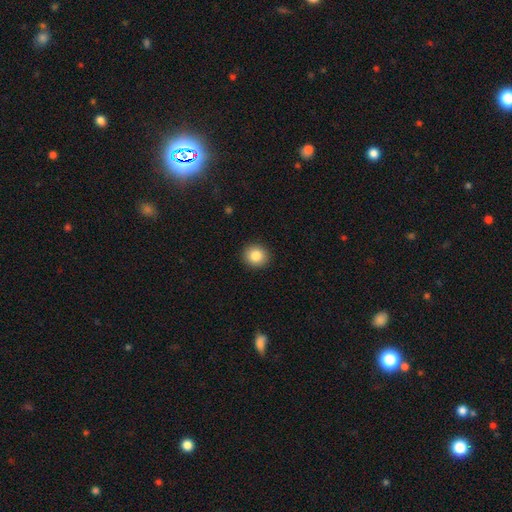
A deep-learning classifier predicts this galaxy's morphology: This is clearly a smooth galaxy (85%). How rounded: clearly round (90%). Merging: clearly none (92%).